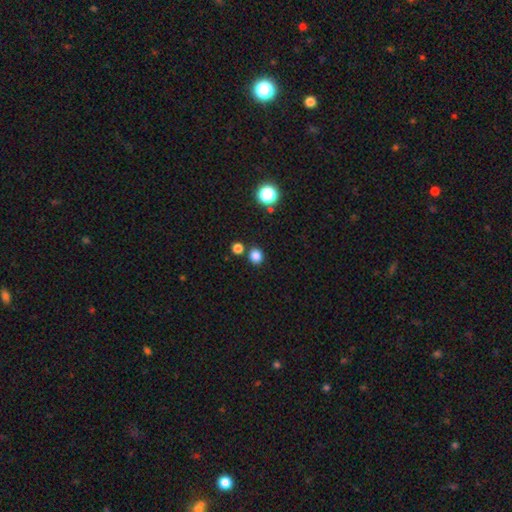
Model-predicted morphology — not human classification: smooth 83%, star or artifact 14%, featured or disk 4%. Down the decision tree: how rounded — round (82%); merging — none (81%).